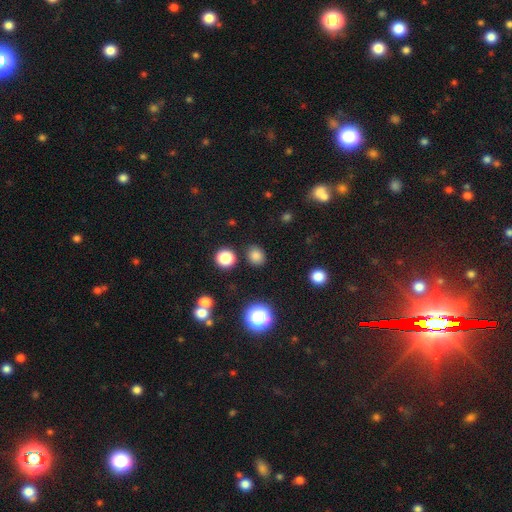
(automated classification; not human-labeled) This is clearly a smooth galaxy (80%). How rounded: likely round (68%). Merging: clearly none (85%).